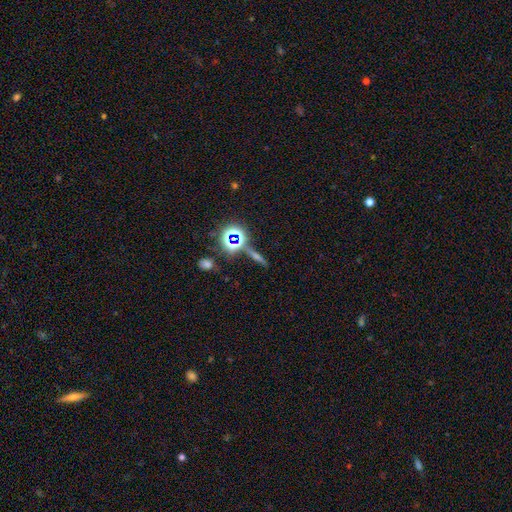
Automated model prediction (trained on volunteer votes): This appears to be a star or artifact, not a galaxy (44%).